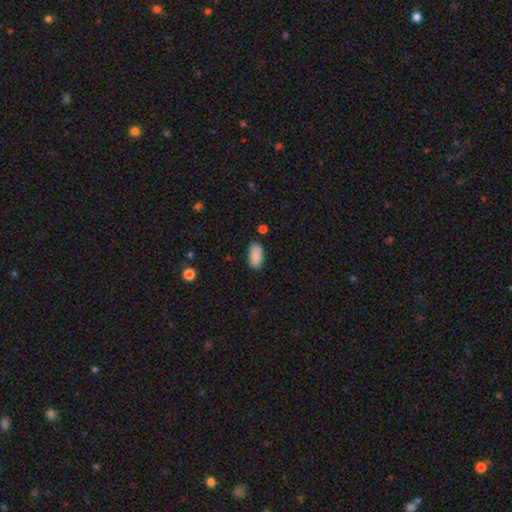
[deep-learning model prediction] A smooth galaxy with no disk features (88%) that is in between round and cigar-shaped (93%).

Vote fractions:
- Smooth or featured? smooth: 88% / star or artifact: 7% / featured or disk: 5%
- How rounded? in between: 93% / cigar-shaped: 4% / round: 3%
- Merging? none: 78% / minor disturbance: 15% / major disturbance: 3% / merger: 3%